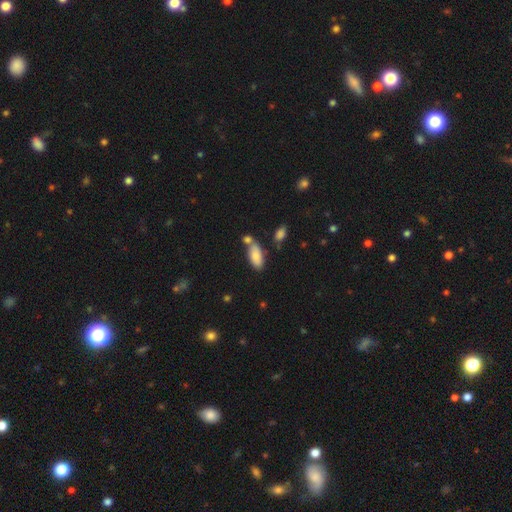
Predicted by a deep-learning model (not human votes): Q: Smooth or featured?
A: smooth (83%); runner-up: featured or disk (10%)
Q: How rounded?
A: in between (88%); runner-up: cigar-shaped (10%)
Q: Merging?
A: none (56%); runner-up: merger (25%)